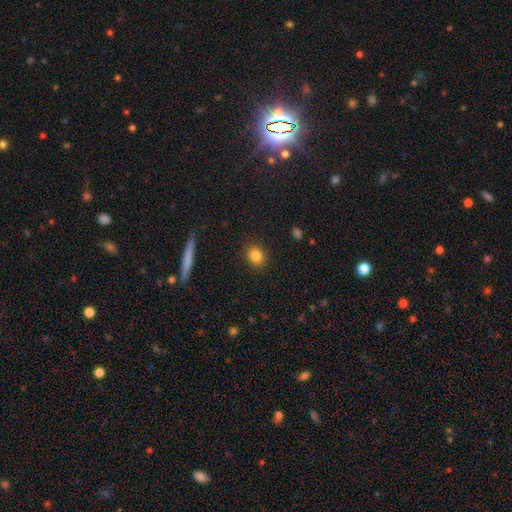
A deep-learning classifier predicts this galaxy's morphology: type=smooth (84%); roundness=round (65%); merging=none (89%).